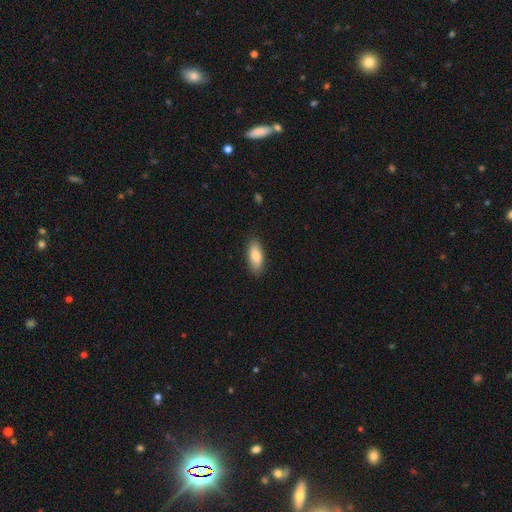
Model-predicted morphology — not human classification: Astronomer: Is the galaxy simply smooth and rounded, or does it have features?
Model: smooth — 82%.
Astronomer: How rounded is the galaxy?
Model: in between — 81%.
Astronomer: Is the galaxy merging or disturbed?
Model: none — 86%.